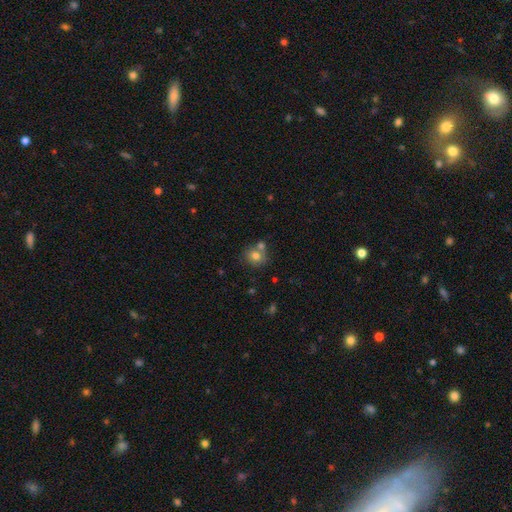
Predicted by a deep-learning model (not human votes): Smooth or featured?
  - smooth: 77% *
  - featured or disk: 12%
  - star or artifact: 11%
How rounded?
  - round: 75% *
  - in between: 24%
  - cigar-shaped: 1%
Merging?
  - none: 56% *
  - merger: 30%
  - minor disturbance: 11%
  - major disturbance: 3%